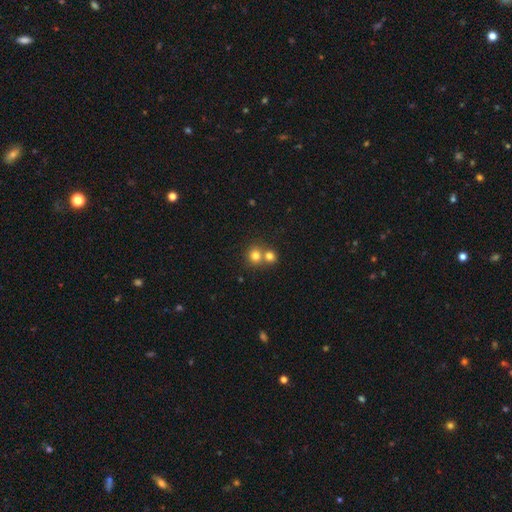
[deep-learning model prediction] Smooth or featured? smooth (77%)
How rounded? round (87%)
Merging? merger (46%, tied with none)